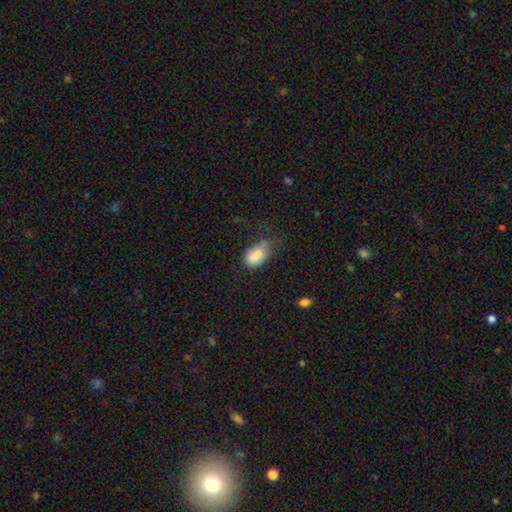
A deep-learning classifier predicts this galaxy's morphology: Smooth or featured? Predicted: smooth (p=0.82). How rounded? Predicted: in between (p=0.90). Merging? Predicted: minor disturbance (p=0.39).